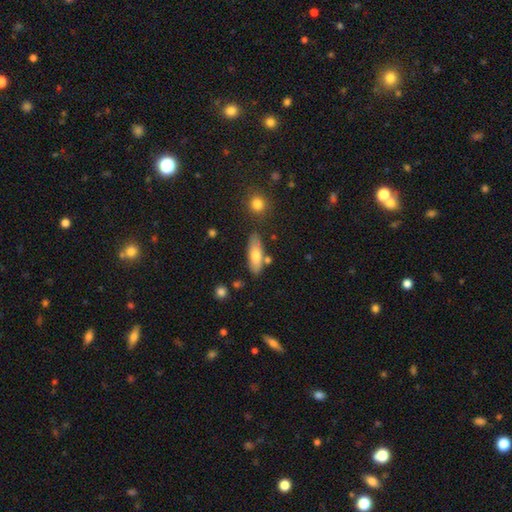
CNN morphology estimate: Smooth or featured? Predicted: smooth (p=0.71). How rounded? Predicted: in between (p=0.64). Merging? Predicted: none (p=0.76).